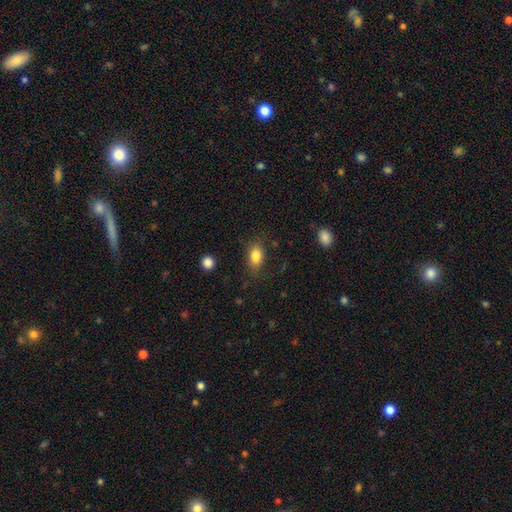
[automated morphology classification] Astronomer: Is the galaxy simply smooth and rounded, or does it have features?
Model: smooth — 84%.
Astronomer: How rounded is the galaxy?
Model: in between — 83%.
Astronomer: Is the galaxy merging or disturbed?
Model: none — 78%.